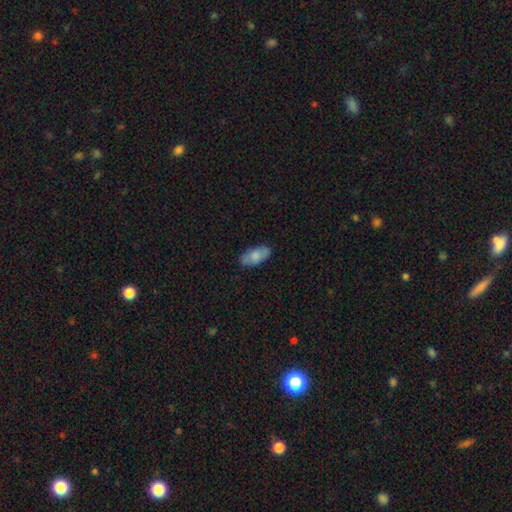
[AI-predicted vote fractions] smooth_or_featured: smooth (p=0.79) [alt: featured or disk p=0.15]
how_rounded: in between (p=0.91) [alt: cigar-shaped p=0.06]
merging: none (p=0.83) [alt: minor disturbance p=0.13]